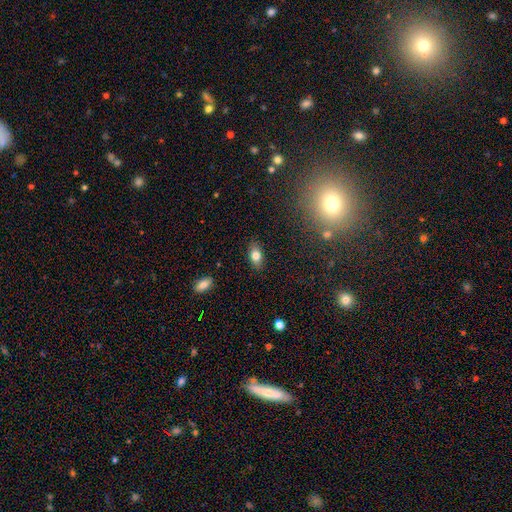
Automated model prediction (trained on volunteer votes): The model was most divided on "smooth or featured": smooth: 79%, featured or disk: 13%, star or artifact: 9%. More confident: how rounded — in between (88%); merging — none (86%).